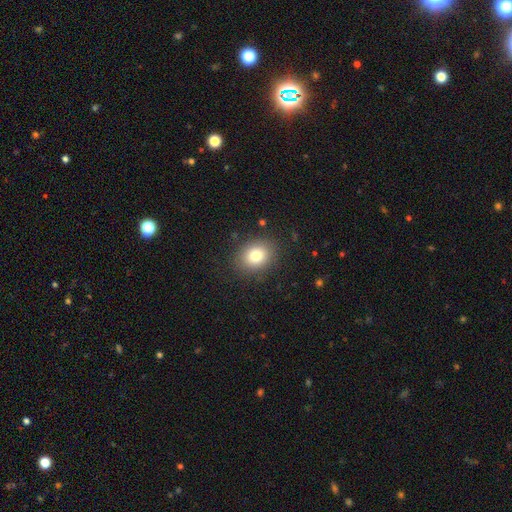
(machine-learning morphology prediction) Smooth or featured?
  - smooth: 81% *
  - star or artifact: 10%
  - featured or disk: 9%
How rounded?
  - in between: 50% * (tied)
  - round: 50% * (tied)
  - cigar-shaped: 1%
Merging?
  - none: 86% *
  - minor disturbance: 10%
  - major disturbance: 4%
  - merger: 1%